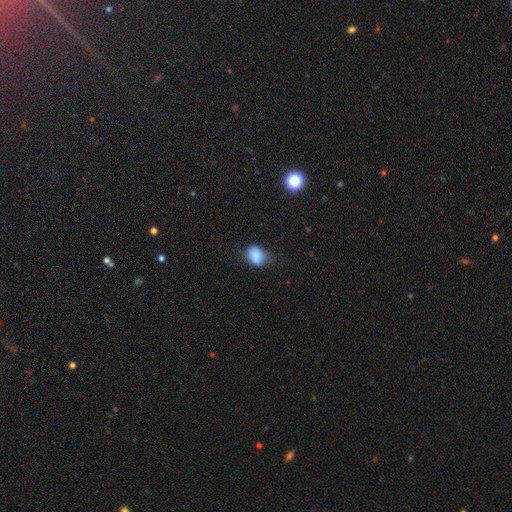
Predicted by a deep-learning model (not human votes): Smooth or featured?
  - smooth: 82% *
  - star or artifact: 10%
  - featured or disk: 8%
How rounded?
  - in between: 68% *
  - round: 31%
  - cigar-shaped: 1%
Merging?
  - none: 45% *
  - minor disturbance: 38%
  - major disturbance: 14%
  - merger: 3%